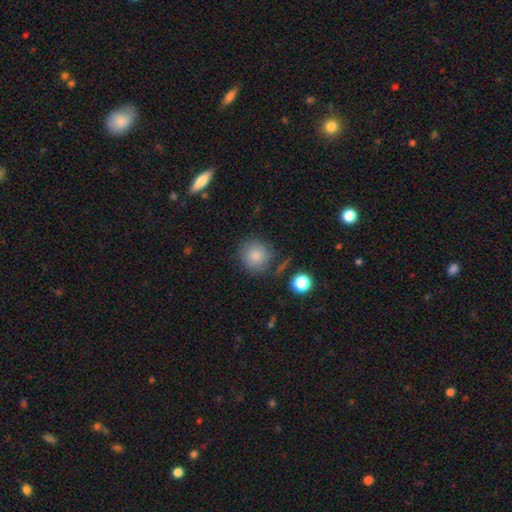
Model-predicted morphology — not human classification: smooth-or-featured: smooth: 81% | featured or disk: 10% | star or artifact: 9%
  how-rounded: round: 91% | in between: 8% | cigar-shaped: 1%
  merging: none: 73% | minor disturbance: 16% | major disturbance: 6% | merger: 5%